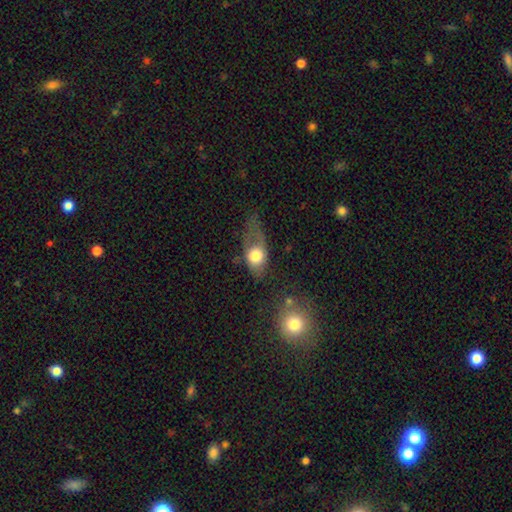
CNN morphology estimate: Smooth or featured?
  - smooth: 67% *
  - featured or disk: 25%
  - star or artifact: 9%
How rounded?
  - in between: 67% *
  - round: 27%
  - cigar-shaped: 6%
Merging?
  - major disturbance: 37% *
  - none: 29%
  - minor disturbance: 29%
  - merger: 5%